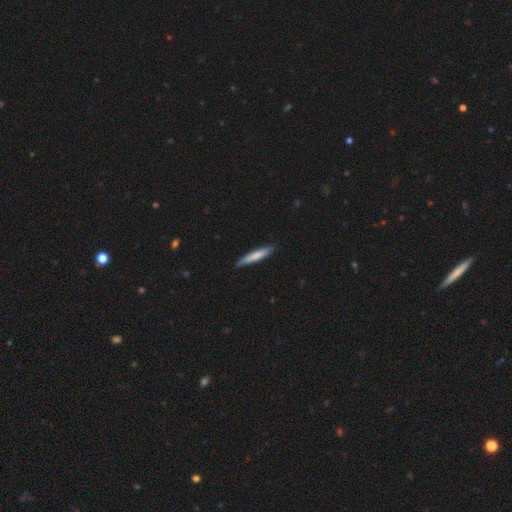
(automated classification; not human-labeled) smooth-or-featured: smooth: 70% | featured or disk: 25% | star or artifact: 5%
  how-rounded: cigar-shaped: 93% | in between: 6% | round: 1%
  merging: none: 83% | minor disturbance: 14% | major disturbance: 2% | merger: 1%